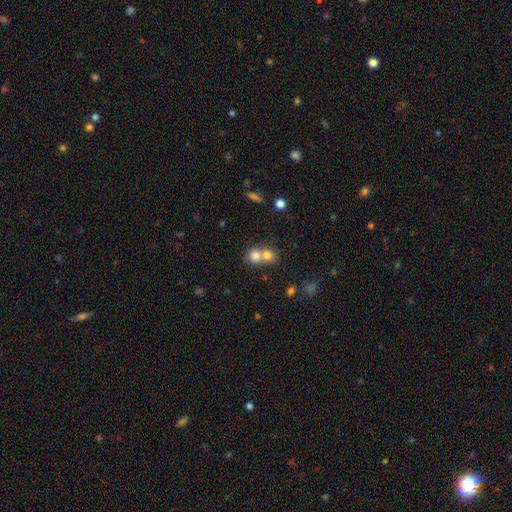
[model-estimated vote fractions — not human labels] smooth_or_featured: smooth (p=0.76) [alt: featured or disk p=0.13]
how_rounded: round (p=0.80) [alt: in between p=0.19]
merging: merger (p=0.62) [alt: none p=0.31]